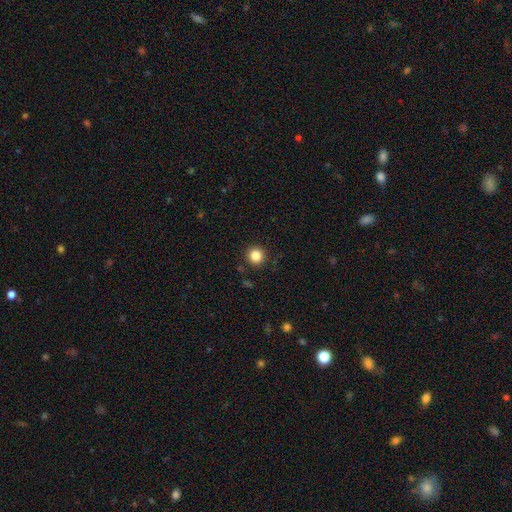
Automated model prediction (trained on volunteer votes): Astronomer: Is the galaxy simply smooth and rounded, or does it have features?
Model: smooth — 85%.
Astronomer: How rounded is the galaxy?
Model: round — 95%.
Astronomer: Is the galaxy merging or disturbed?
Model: none — 91%.